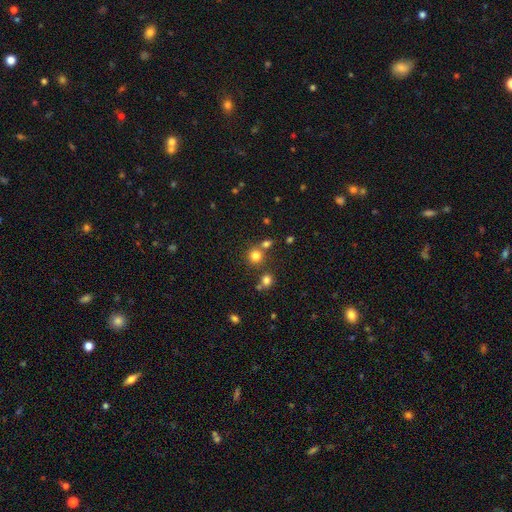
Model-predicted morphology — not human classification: A smooth galaxy with no disk features (77%) that is round (90%). Merging: none (69%).